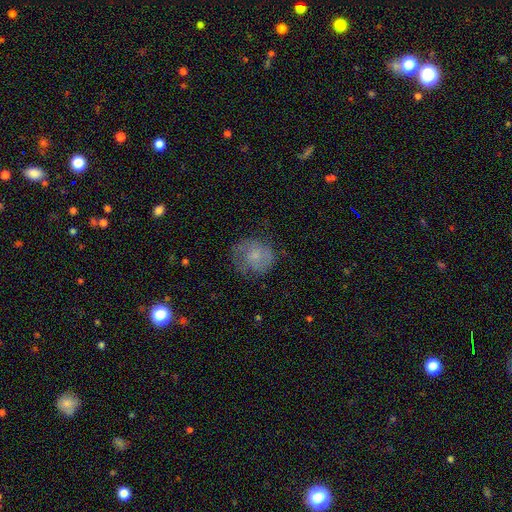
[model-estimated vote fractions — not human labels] Smooth or featured? Predicted: smooth (p=0.56). How rounded? Predicted: round (p=0.78). Merging? Predicted: none (p=0.57).